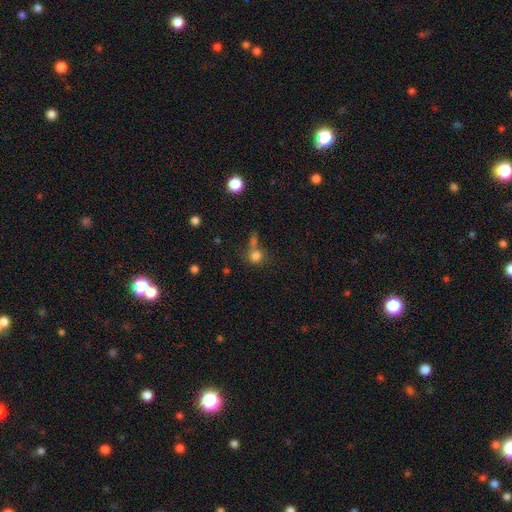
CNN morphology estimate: Smooth or featured? Predicted: smooth (p=0.79). How rounded? Predicted: round (p=0.79). Merging? Predicted: none (p=0.48).